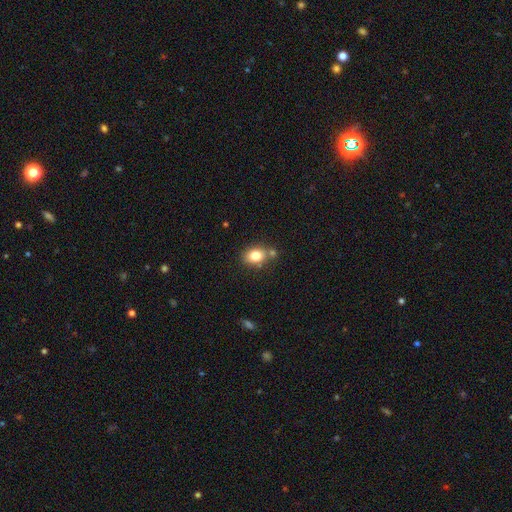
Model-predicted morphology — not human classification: Smooth or featured: smooth — 80% (featured or disk — 10%)
How rounded: in between — 65% (round — 34%)
Merging: none — 67% (merger — 15%)